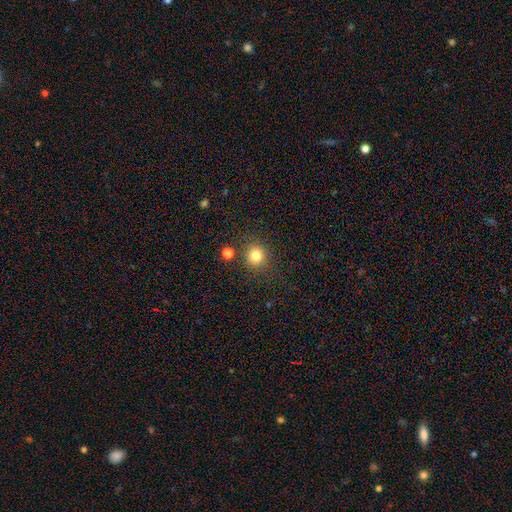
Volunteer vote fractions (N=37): Volunteers were most divided on "merging": none: 82%, minor disturbance: 6%, major disturbance: 6%, merger: 6%. More confident: how rounded — round (100%); smooth or featured — smooth (86%).